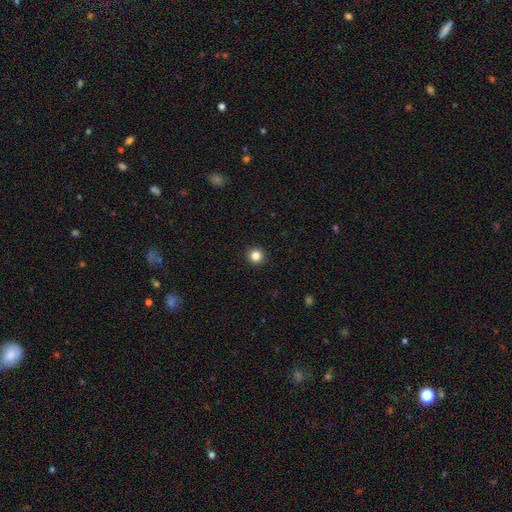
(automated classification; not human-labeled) A smooth galaxy with no disk features (84%) that is round (96%).

Vote fractions:
- Smooth or featured? smooth: 84% / star or artifact: 12% / featured or disk: 4%
- How rounded? round: 96% / in between: 3% / cigar-shaped: 1%
- Merging? none: 94% / minor disturbance: 4% / major disturbance: 1% / merger: 1%